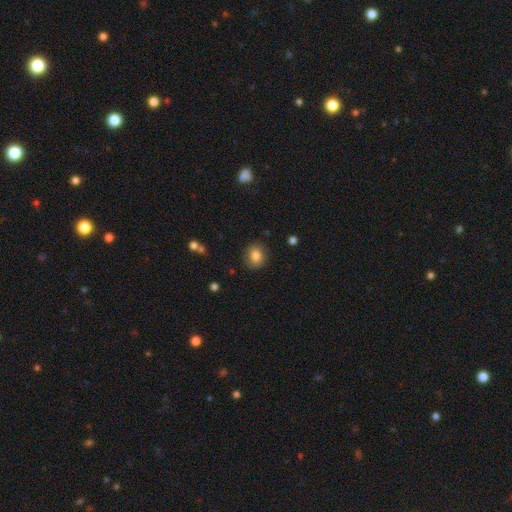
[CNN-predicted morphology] Smooth or featured: smooth — 82% (star or artifact — 10%)
How rounded: round — 75% (in between — 24%)
Merging: none — 86% (minor disturbance — 10%)